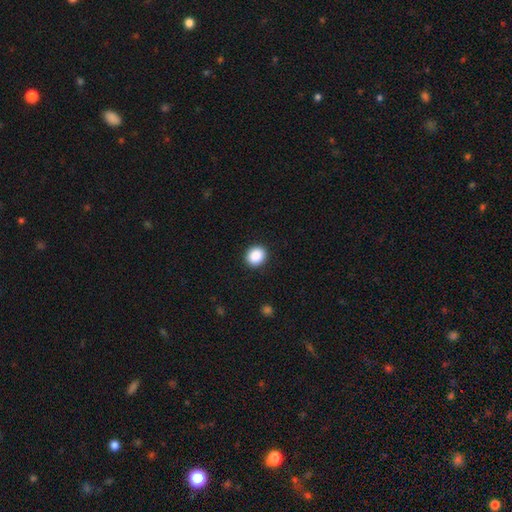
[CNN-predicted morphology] This is clearly a smooth galaxy (88%). How rounded: likely round (71%). Merging: clearly none (91%).